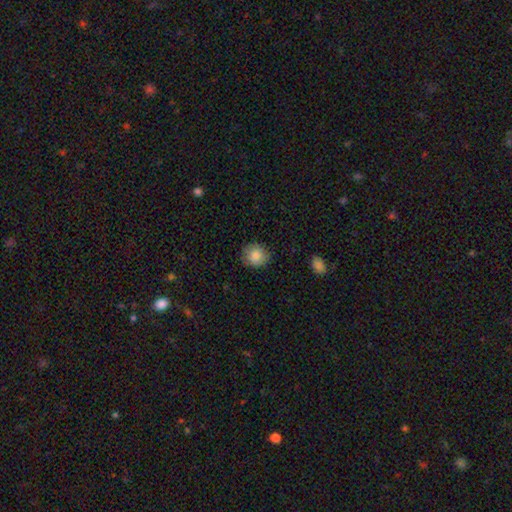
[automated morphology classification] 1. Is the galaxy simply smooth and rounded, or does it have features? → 85% smooth, 7% featured or disk, 7% star or artifact.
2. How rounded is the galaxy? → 82% round, 17% in between, 1% cigar-shaped.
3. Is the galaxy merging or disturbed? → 82% none, 14% minor disturbance, 3% major disturbance, 1% merger.